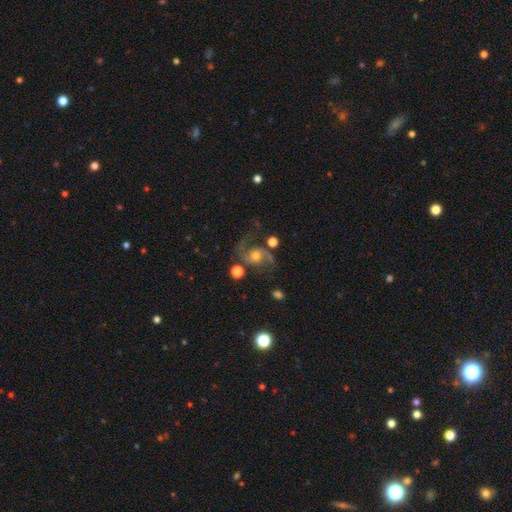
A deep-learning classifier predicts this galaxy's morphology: Smooth or featured: featured or disk — 84% (smooth — 8%)
Edge-on disk: no — 98% (yes — 2%)
Bar: no — 68% (weak — 26%)
Spiral arms: yes — 96% (no — 4%)
Spiral winding: loose — 48% (medium — 44%)
Spiral arm count: 2 — 92% (1 — 3%)
Bulge size: moderate — 63% (small — 24%)
Merging: none — 67% (minor disturbance — 16%)